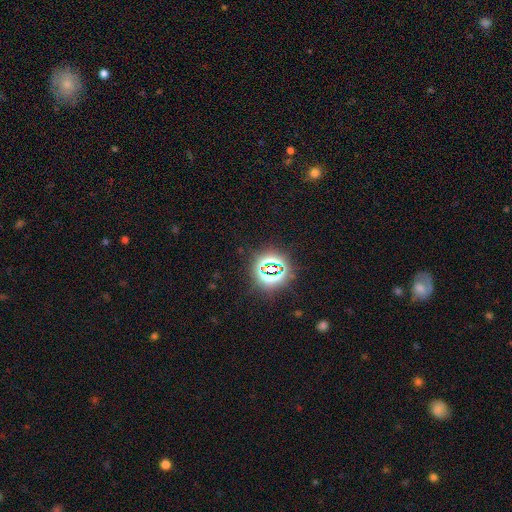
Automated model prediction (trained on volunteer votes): Morphology: type=star or artifact (79%).